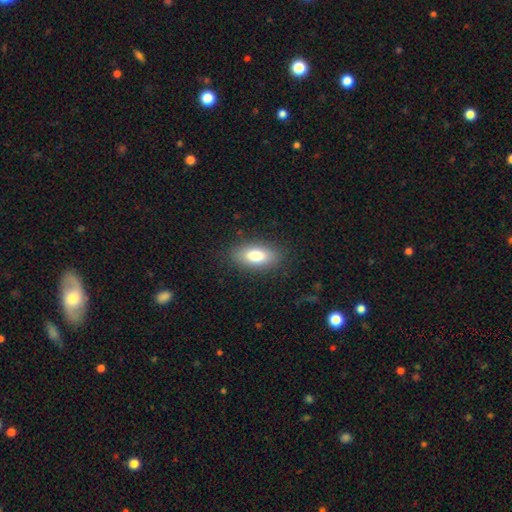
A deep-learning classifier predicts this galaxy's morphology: This is likely a smooth galaxy (80%). How rounded: clearly in between (86%). Merging: clearly none (85%).